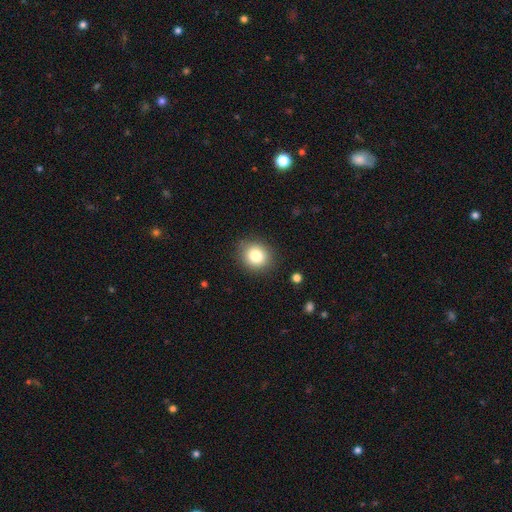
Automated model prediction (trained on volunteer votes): Overall: smooth (81%). How rounded: round (78%). Merging: none (87%).